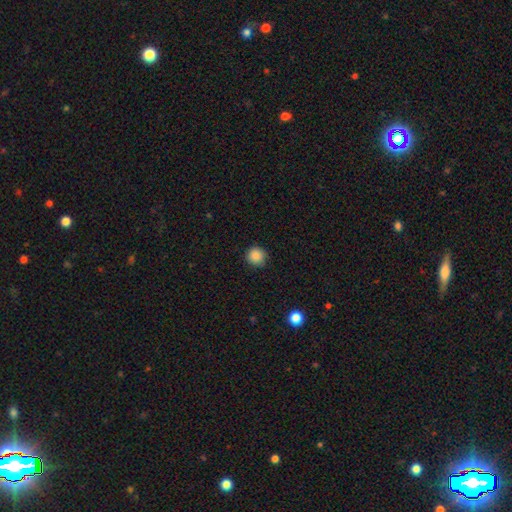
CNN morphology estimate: A smooth galaxy with no disk features (87%) that is round (93%).

Vote fractions:
- Smooth or featured? smooth: 87% / star or artifact: 10% / featured or disk: 3%
- How rounded? round: 93% / in between: 7% / cigar-shaped: 1%
- Merging? none: 87% / minor disturbance: 10% / major disturbance: 2% / merger: 1%